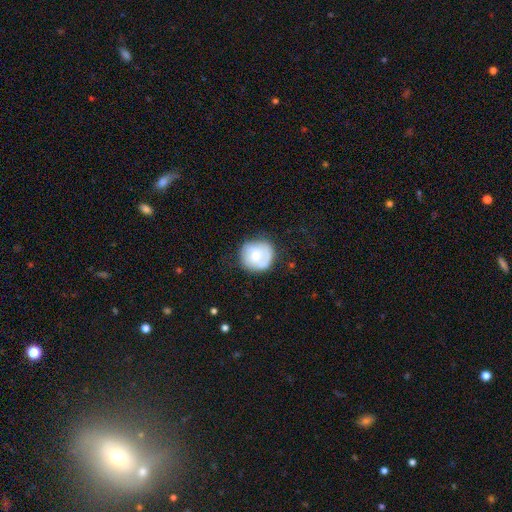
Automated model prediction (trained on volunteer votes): This appears to be a smooth galaxy with no disk features (57%) that is round (88%). Merging: none (62%).